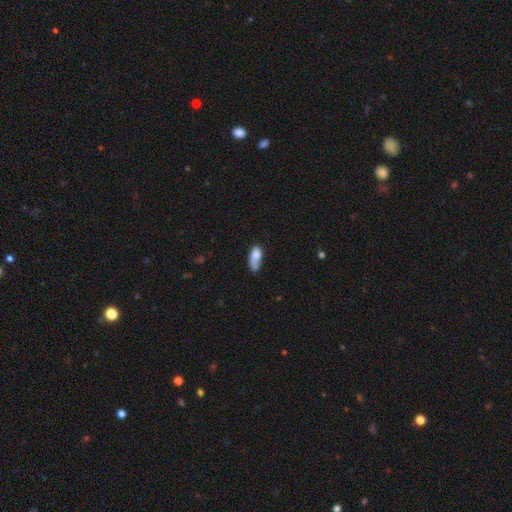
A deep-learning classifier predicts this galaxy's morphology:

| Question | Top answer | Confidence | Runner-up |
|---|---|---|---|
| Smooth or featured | smooth | 75% | featured or disk (17%) |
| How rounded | in between | 83% | cigar-shaped (14%) |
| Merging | none | 40% | minor disturbance (33%) |